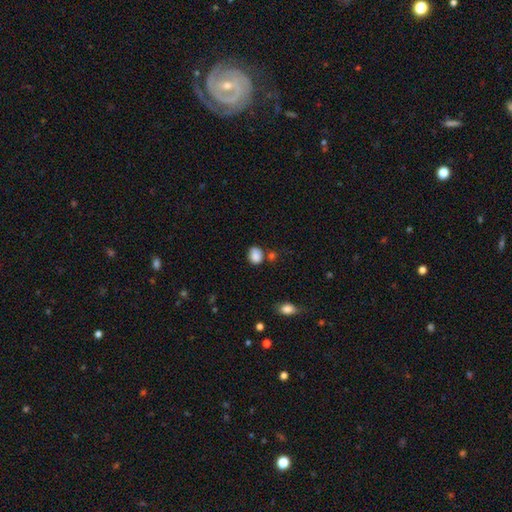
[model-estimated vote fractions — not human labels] Smooth or featured? smooth (86%)
How rounded? round (52%)
Merging? none (64%)